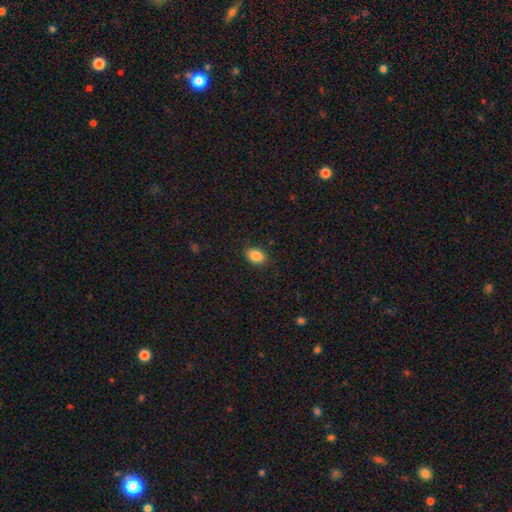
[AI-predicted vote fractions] The model was most divided on "how rounded": in between: 84%, round: 15%, cigar-shaped: 1%. More confident: merging — none (88%); smooth or featured — smooth (87%).